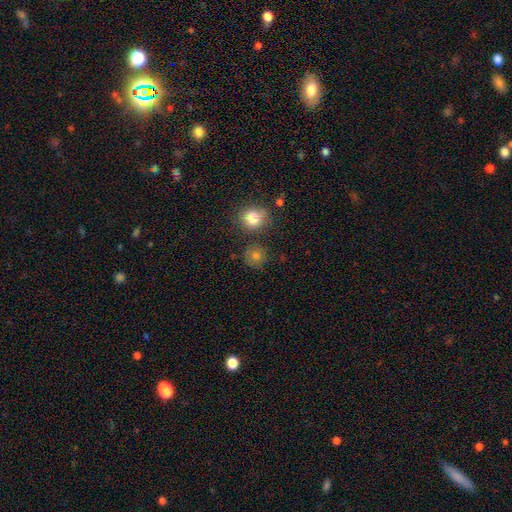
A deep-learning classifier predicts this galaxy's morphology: A smooth galaxy with no disk features (70%) that is round (88%).

Vote fractions:
- Smooth or featured? smooth: 70% / star or artifact: 18% / featured or disk: 12%
- How rounded? round: 88% / in between: 11% / cigar-shaped: 1%
- Merging? none: 77% / minor disturbance: 13% / merger: 6% / major disturbance: 4%